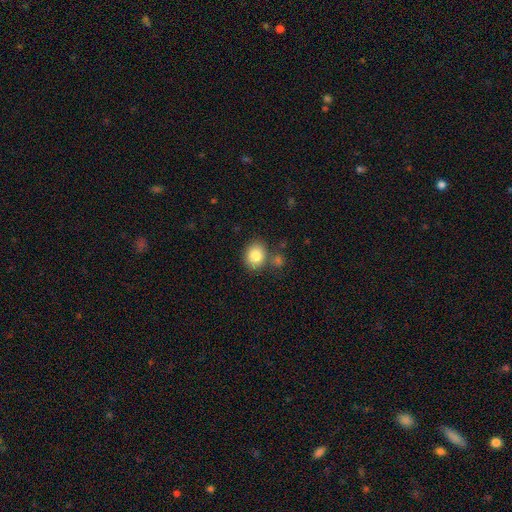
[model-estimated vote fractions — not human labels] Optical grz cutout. It shows a smooth galaxy with no disk features (84%) that is round (59%). Merging: none (72%).